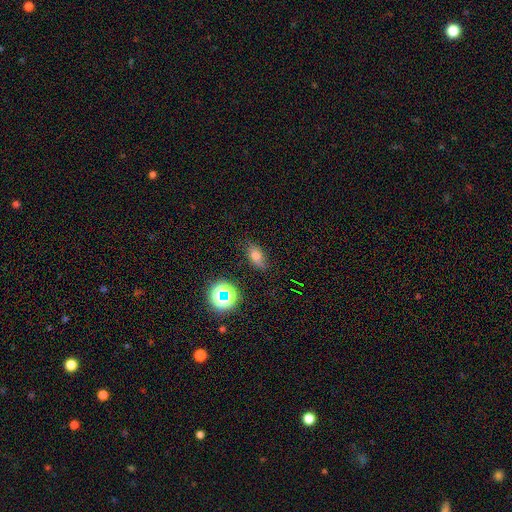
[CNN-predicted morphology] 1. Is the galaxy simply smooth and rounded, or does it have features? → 68% smooth, 18% star or artifact, 14% featured or disk.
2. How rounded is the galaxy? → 82% in between, 12% round, 6% cigar-shaped.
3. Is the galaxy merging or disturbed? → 74% none, 19% minor disturbance, 5% major disturbance, 2% merger.